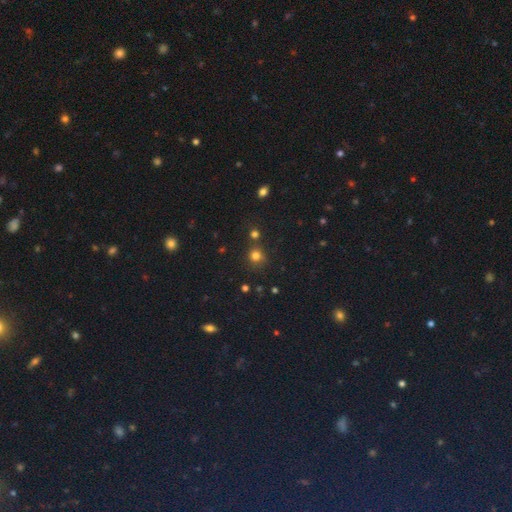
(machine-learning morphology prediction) This appears to be a smooth galaxy with no disk features (75%) that is round (87%). Merging: none (72%).